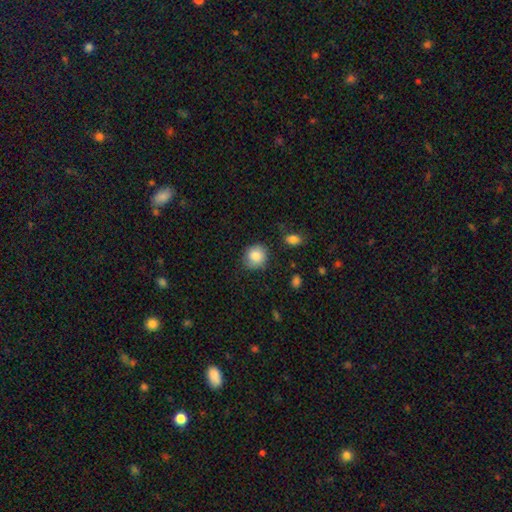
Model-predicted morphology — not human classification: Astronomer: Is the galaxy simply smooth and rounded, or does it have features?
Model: smooth — 85%.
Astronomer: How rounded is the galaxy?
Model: round — 81%.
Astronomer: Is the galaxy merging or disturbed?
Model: none — 78%.